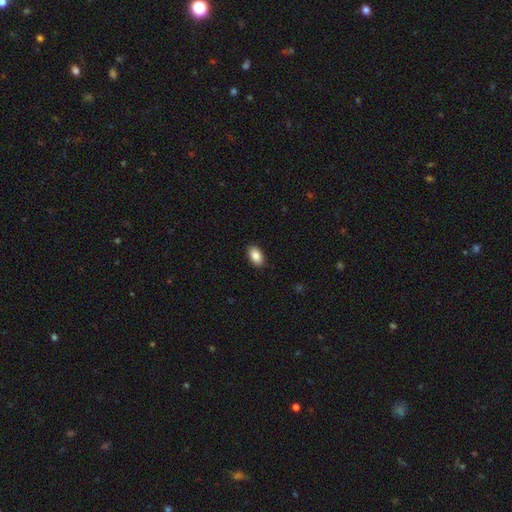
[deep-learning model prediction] smooth-or-featured: smooth: 88% | star or artifact: 7% | featured or disk: 5%
  how-rounded: in between: 93% | round: 5% | cigar-shaped: 2%
  merging: none: 90% | minor disturbance: 7% | major disturbance: 2% | merger: 1%